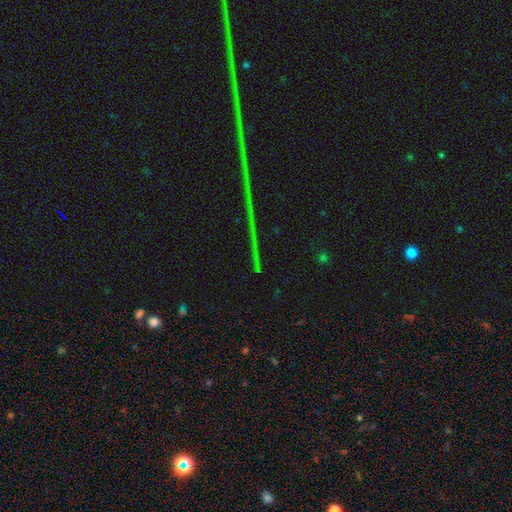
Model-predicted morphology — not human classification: smooth-or-featured: star or artifact: 85% | featured or disk: 8% | smooth: 6%